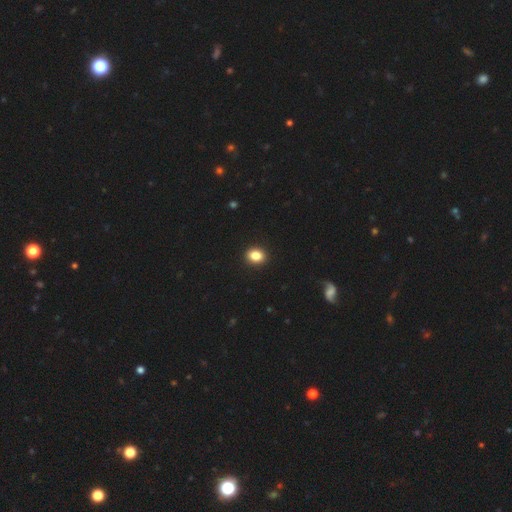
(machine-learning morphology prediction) Smooth or featured? Predicted: smooth (p=0.85). How rounded? Predicted: in between (p=0.51). Merging? Predicted: none (p=0.92).